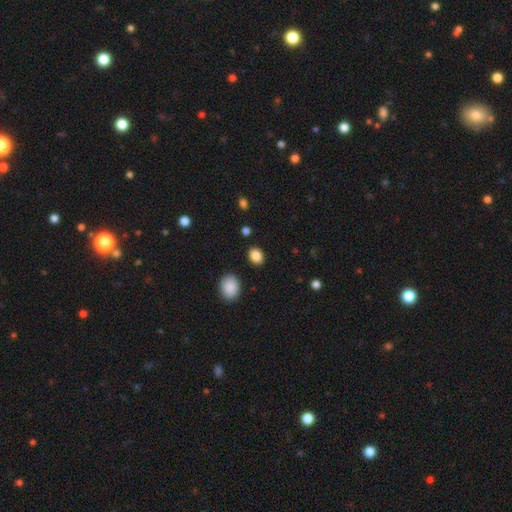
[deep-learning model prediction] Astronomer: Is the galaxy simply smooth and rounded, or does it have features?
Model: smooth — 86%.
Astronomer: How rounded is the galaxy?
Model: in between — 69%.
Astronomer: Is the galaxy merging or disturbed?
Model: none — 87%.